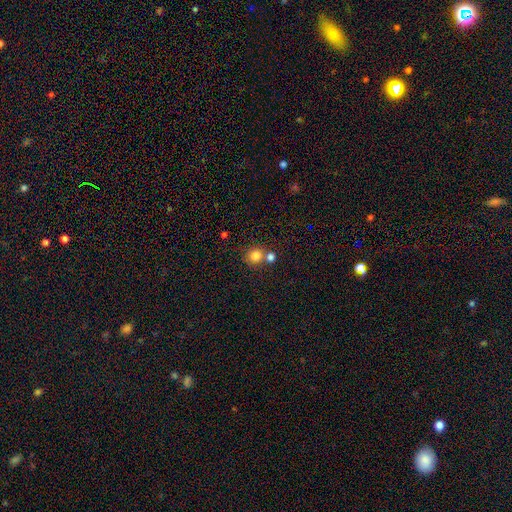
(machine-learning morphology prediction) smooth_or_featured: smooth (p=0.81) [alt: star or artifact p=0.12]
how_rounded: round (p=0.85) [alt: in between p=0.14]
merging: none (p=0.57) [alt: merger p=0.32]